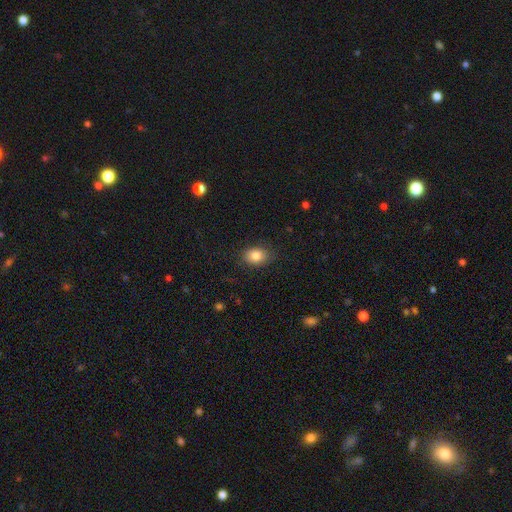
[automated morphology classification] smooth-or-featured: smooth: 83% | star or artifact: 9% | featured or disk: 8%
  how-rounded: in between: 69% | round: 30% | cigar-shaped: 1%
  merging: none: 82% | minor disturbance: 14% | major disturbance: 4% | merger: 1%